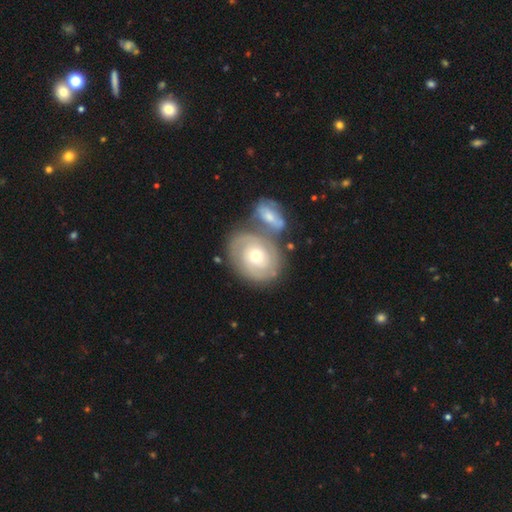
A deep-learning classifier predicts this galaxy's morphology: Q: Smooth or featured?
A: featured or disk (72%); runner-up: smooth (22%)
Q: Edge-on disk?
A: no (97%); runner-up: yes (3%)
Q: Bar?
A: no (79%); runner-up: weak (17%)
Q: Spiral arms?
A: yes (85%); runner-up: no (15%)
Q: Spiral winding?
A: tight (71%); runner-up: medium (23%)
Q: Spiral arm count?
A: 2 (47%); runner-up: can't tell (31%)
Q: Bulge size?
A: moderate (55%); runner-up: small (40%)
Q: Merging?
A: none (46%); runner-up: merger (37%)